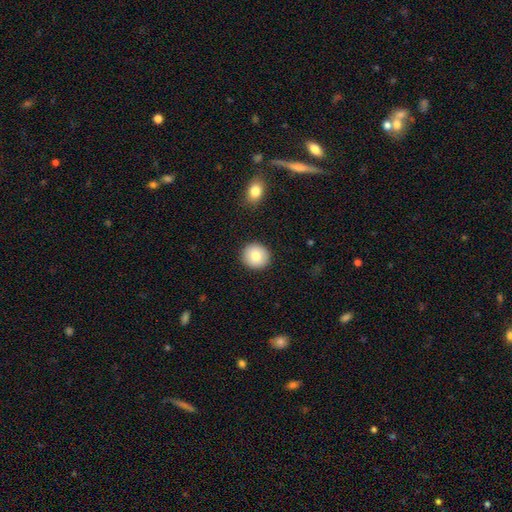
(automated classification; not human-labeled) smooth 81%, featured or disk 11%, star or artifact 8%. Down the decision tree: how rounded — round (91%); merging — none (91%).